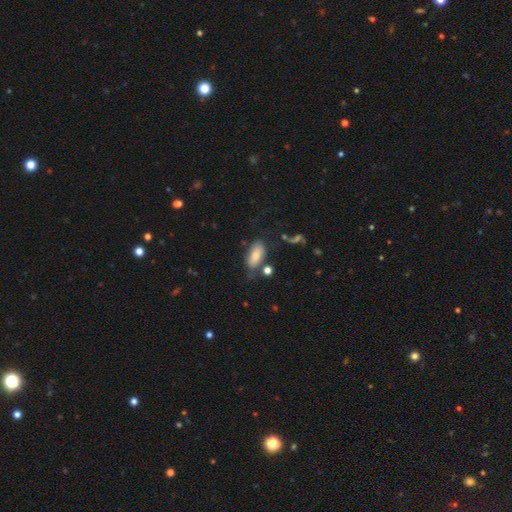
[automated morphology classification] smooth 81%, featured or disk 11%, star or artifact 7%. Down the decision tree: how rounded — in between (90%); merging — none (62%).